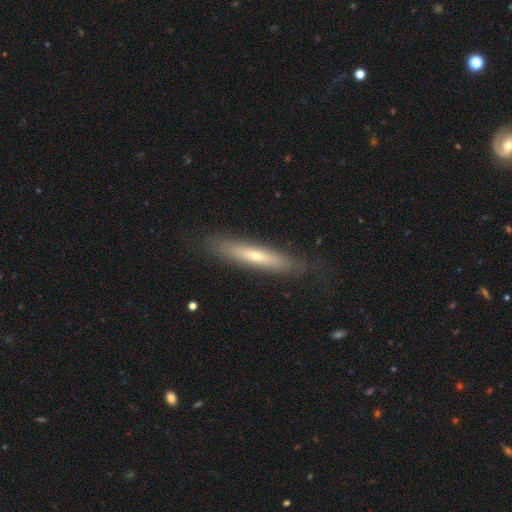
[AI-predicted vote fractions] Smooth or featured? featured or disk (48%)
Merging? none (83%)